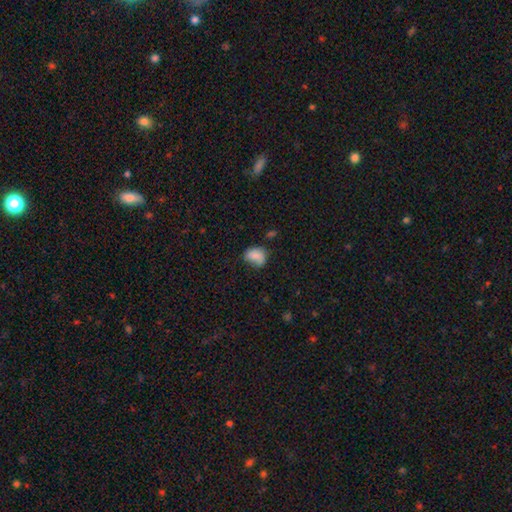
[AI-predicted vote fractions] Smooth or featured?
  - smooth: 77% *
  - featured or disk: 13%
  - star or artifact: 10%
How rounded?
  - in between: 62% *
  - round: 36%
  - cigar-shaped: 1%
Merging?
  - none: 46% *
  - minor disturbance: 32%
  - major disturbance: 15%
  - merger: 7%